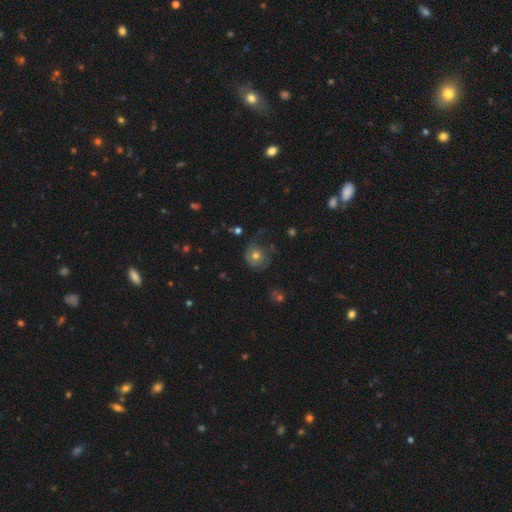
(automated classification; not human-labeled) smooth_or_featured: smooth (p=0.61) [alt: featured or disk p=0.29]
how_rounded: round (p=0.85) [alt: in between p=0.14]
merging: none (p=0.49) [alt: minor disturbance p=0.26]